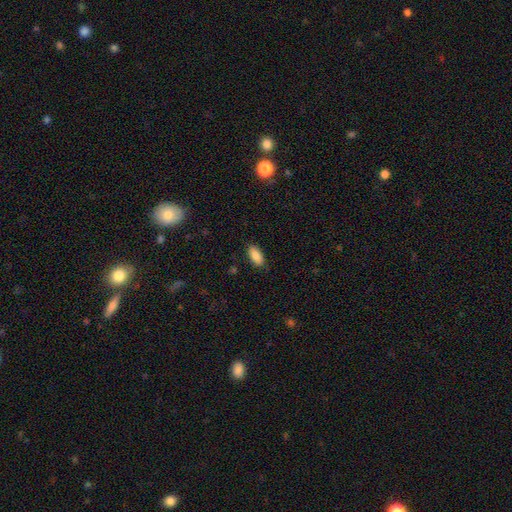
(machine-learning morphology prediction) Smooth or featured?
  - smooth: 87% *
  - star or artifact: 7%
  - featured or disk: 6%
How rounded?
  - in between: 90% *
  - cigar-shaped: 8%
  - round: 2%
Merging?
  - none: 87% *
  - minor disturbance: 10%
  - major disturbance: 2%
  - merger: 1%